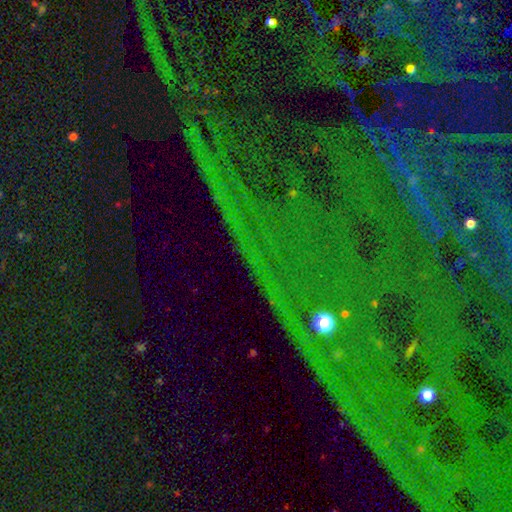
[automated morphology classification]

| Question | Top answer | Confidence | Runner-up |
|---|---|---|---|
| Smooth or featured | star or artifact | 84% | featured or disk (8%) |